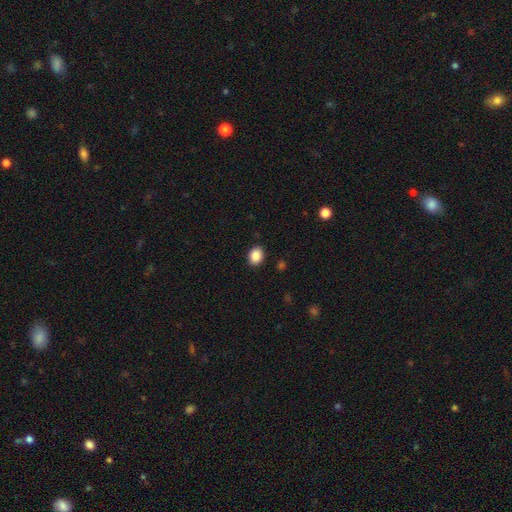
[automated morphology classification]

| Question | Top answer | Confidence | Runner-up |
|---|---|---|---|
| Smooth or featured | smooth | 89% | star or artifact (8%) |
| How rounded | in between | 58% | round (41%) |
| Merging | none | 89% | minor disturbance (8%) |